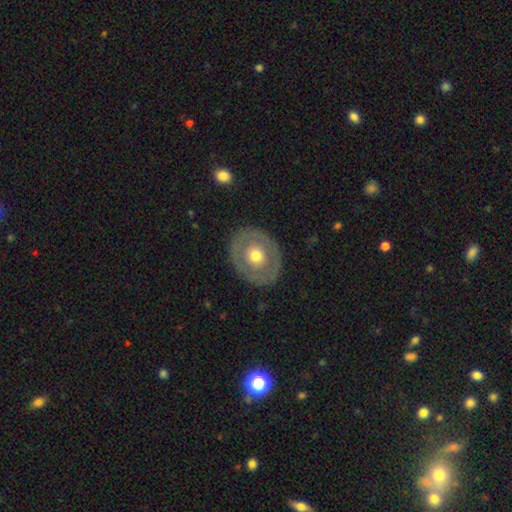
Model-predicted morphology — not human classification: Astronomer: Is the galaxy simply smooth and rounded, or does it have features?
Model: smooth — 47%, tied with featured or disk at 47%.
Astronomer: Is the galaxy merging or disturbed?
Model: none — 84%.